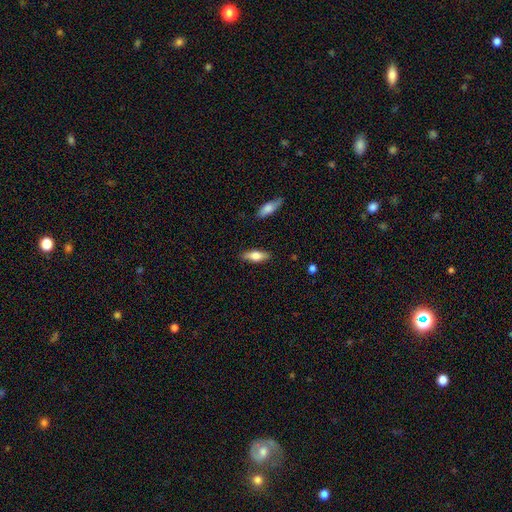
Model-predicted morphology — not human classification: Q: Smooth or featured?
A: smooth (66%); runner-up: featured or disk (27%)
Q: How rounded?
A: in between (64%); runner-up: cigar-shaped (34%)
Q: Merging?
A: none (86%); runner-up: minor disturbance (10%)